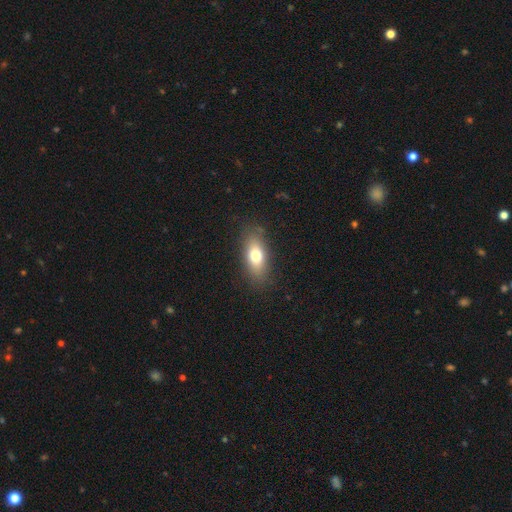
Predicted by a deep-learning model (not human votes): Smooth or featured?
  - smooth: 73% *
  - featured or disk: 18%
  - star or artifact: 8%
How rounded?
  - in between: 78% *
  - cigar-shaped: 16%
  - round: 6%
Merging?
  - none: 83% *
  - minor disturbance: 12%
  - major disturbance: 4%
  - merger: 1%